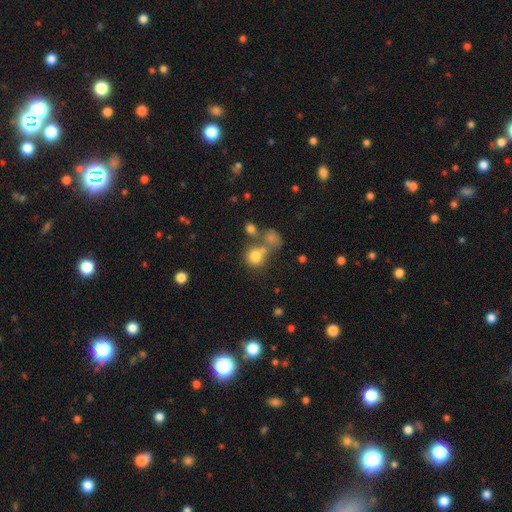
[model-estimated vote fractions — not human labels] smooth_or_featured: smooth (p=0.76) [alt: star or artifact p=0.13]
how_rounded: round (p=0.81) [alt: in between p=0.18]
merging: none (p=0.46) [alt: merger p=0.35]